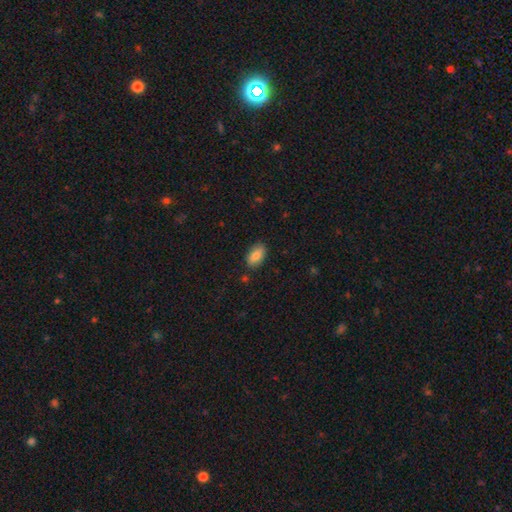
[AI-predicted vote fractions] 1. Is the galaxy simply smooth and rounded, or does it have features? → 83% smooth, 10% featured or disk, 7% star or artifact.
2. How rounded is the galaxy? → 91% in between, 5% cigar-shaped, 4% round.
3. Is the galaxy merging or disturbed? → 85% none, 11% minor disturbance, 2% major disturbance, 2% merger.